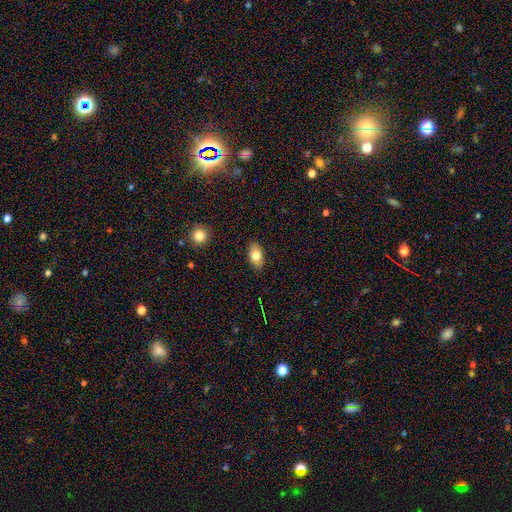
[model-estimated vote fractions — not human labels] A smooth galaxy with no disk features (79%) that is in between round and cigar-shaped (89%). Merging: none (86%).